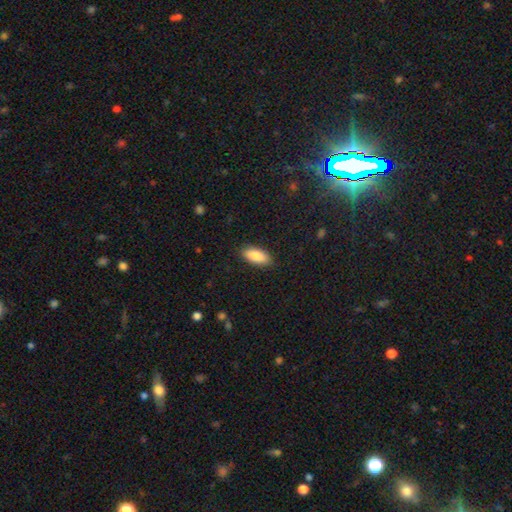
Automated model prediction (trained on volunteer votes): Overall: smooth (87%). How rounded: in between (86%). Merging: none (88%).